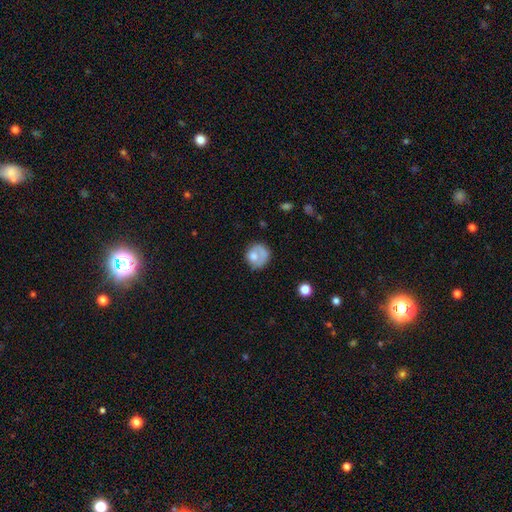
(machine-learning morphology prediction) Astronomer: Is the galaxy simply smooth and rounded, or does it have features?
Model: smooth — 65%.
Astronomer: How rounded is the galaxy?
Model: round — 81%.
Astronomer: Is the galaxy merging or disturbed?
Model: none — 52%.